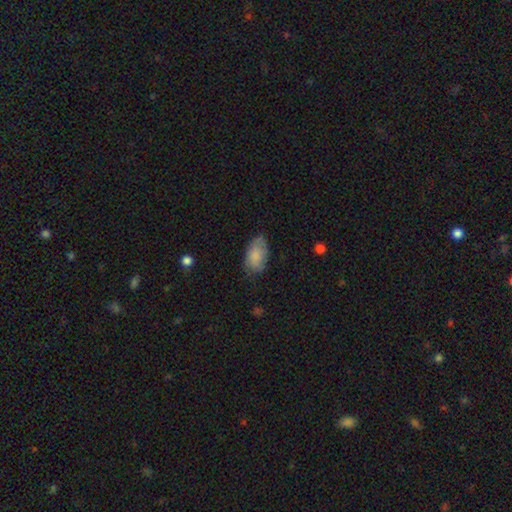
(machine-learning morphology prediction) Overall: smooth (82%). How rounded: in between (94%). Merging: none (66%).